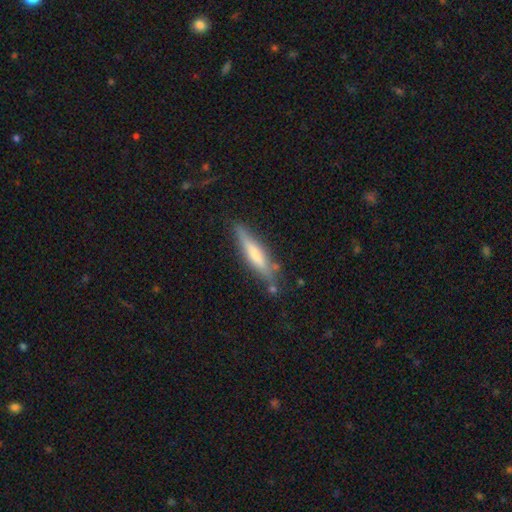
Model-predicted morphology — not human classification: A smooth galaxy with no disk features (54%) that is cigar-shaped (86%). Merging: none (78%).